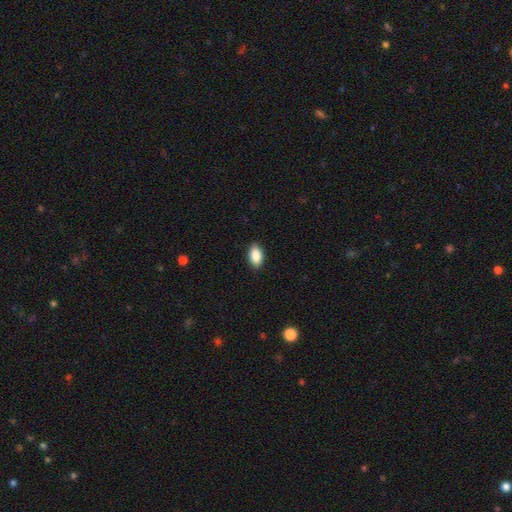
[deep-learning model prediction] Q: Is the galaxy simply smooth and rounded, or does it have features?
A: smooth — 87%.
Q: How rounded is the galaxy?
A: in between — 92%.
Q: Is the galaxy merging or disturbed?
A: none — 89%.